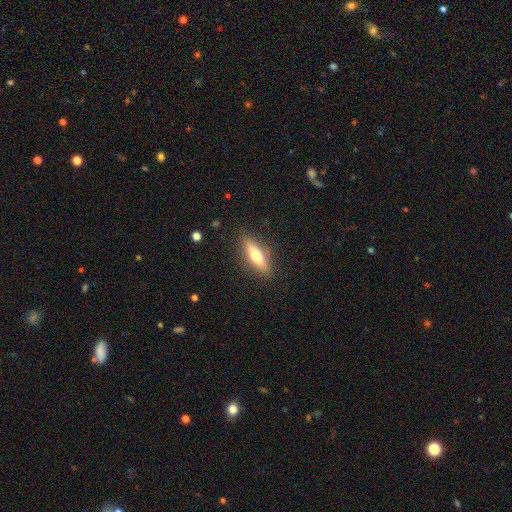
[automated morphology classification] type=smooth (54%); roundness=cigar-shaped (52%); merging=none (84%).